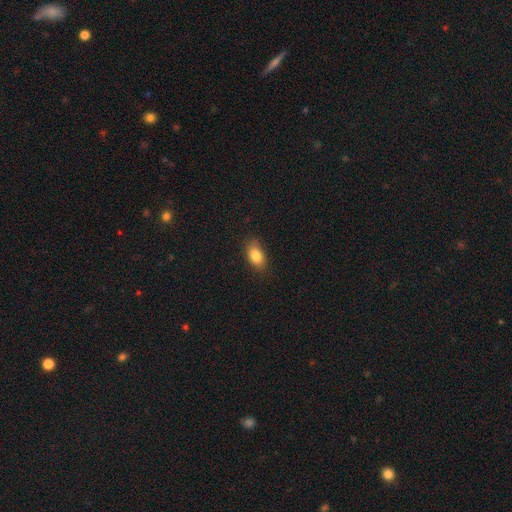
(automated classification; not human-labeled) Smooth or featured? smooth (84%)
How rounded? in between (88%)
Merging? none (80%)